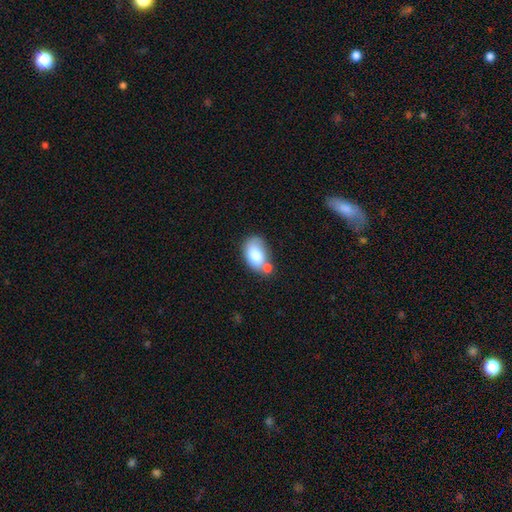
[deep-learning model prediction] smooth 76%, featured or disk 16%, star or artifact 8%. Down the decision tree: how rounded — in between (87%); merging — none (44%).